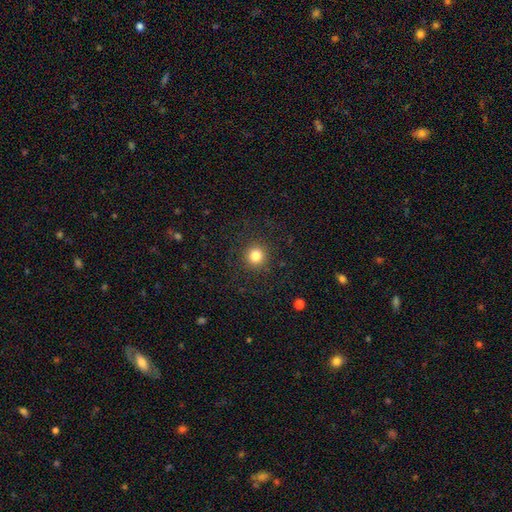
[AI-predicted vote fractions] smooth 82%, star or artifact 12%, featured or disk 6%. Down the decision tree: how rounded — round (95%); merging — none (90%).